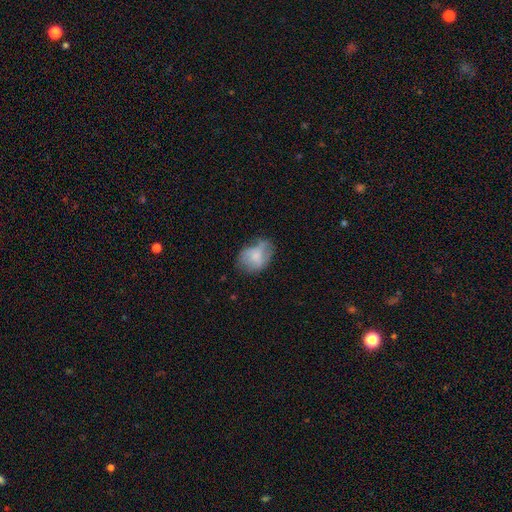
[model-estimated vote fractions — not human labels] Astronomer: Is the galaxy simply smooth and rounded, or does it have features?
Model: smooth — 59%.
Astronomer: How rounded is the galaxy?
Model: in between — 67%.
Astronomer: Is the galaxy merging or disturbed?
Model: none — 42% (runner-up: minor disturbance, 35%).